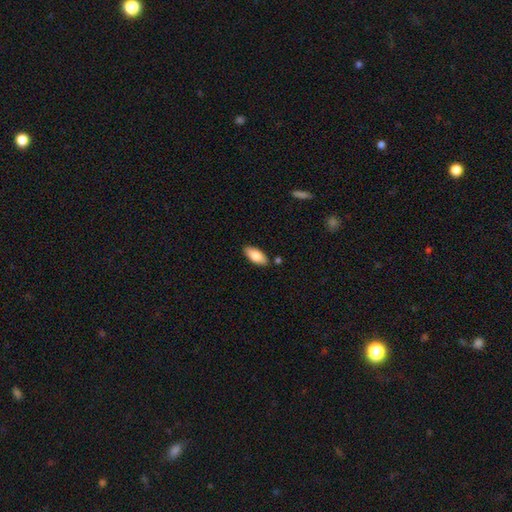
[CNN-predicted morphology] This is clearly a smooth galaxy (82%). How rounded: clearly in between (88%). Merging: clearly none (85%).